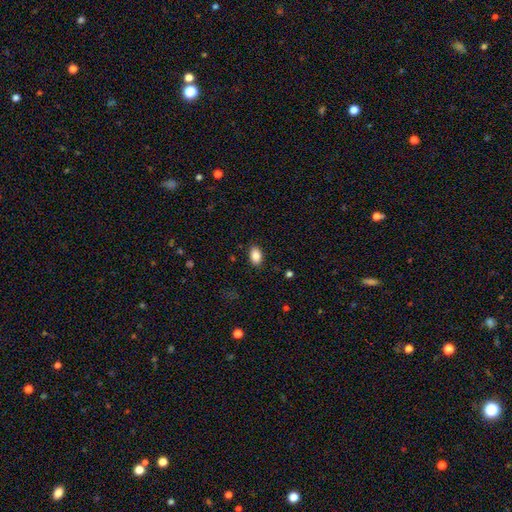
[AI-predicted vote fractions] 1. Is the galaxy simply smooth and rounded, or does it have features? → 86% smooth, 8% star or artifact, 6% featured or disk.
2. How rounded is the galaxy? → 88% in between, 10% round, 1% cigar-shaped.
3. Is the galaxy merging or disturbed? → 87% none, 10% minor disturbance, 2% major disturbance, 1% merger.